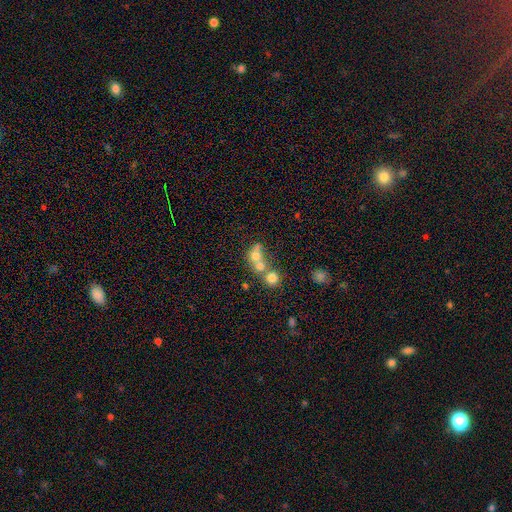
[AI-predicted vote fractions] Overall: smooth (64%). How rounded: round (66%; in between 32%). Merging: merger (62%; none 26%).